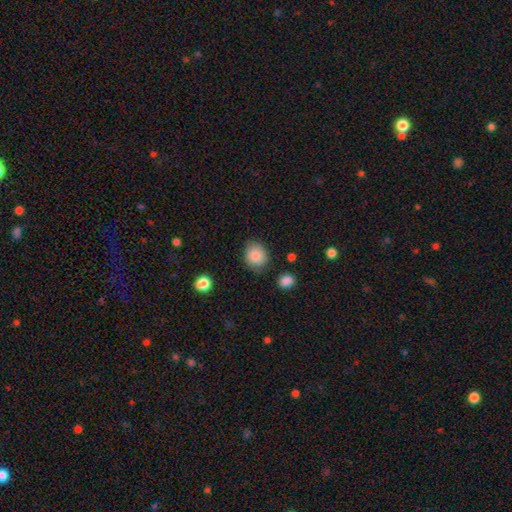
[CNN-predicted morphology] A smooth galaxy with no disk features (86%) that is round (69%).

Vote fractions:
- Smooth or featured? smooth: 86% / star or artifact: 8% / featured or disk: 6%
- How rounded? round: 69% / in between: 30% / cigar-shaped: 1%
- Merging? none: 78% / minor disturbance: 16% / major disturbance: 4% / merger: 3%